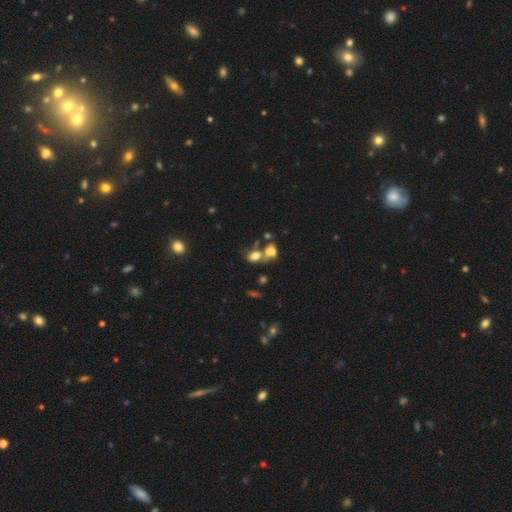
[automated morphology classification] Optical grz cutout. It shows a smooth galaxy with no disk features (66%) that is in between round and cigar-shaped (69%). Merging: merger (56%).